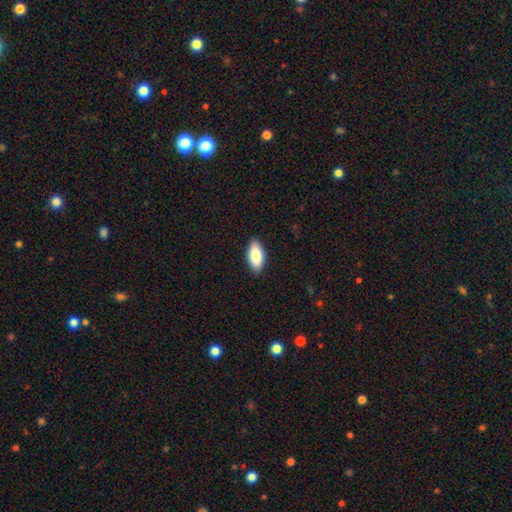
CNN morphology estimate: A smooth galaxy with no disk features (86%) that is in between round and cigar-shaped (90%). Merging: none (89%).